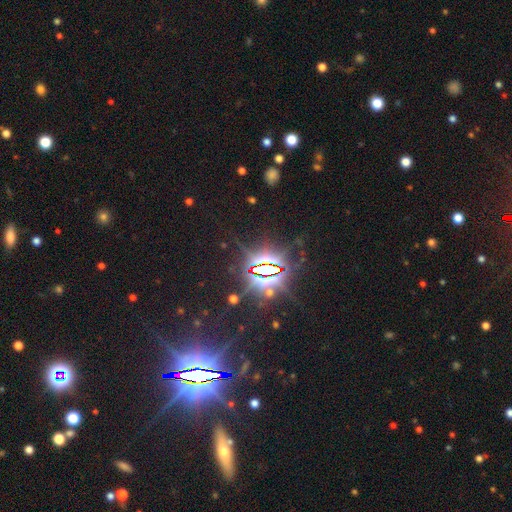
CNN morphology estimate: smooth-or-featured: star or artifact: 85% | featured or disk: 8% | smooth: 7%